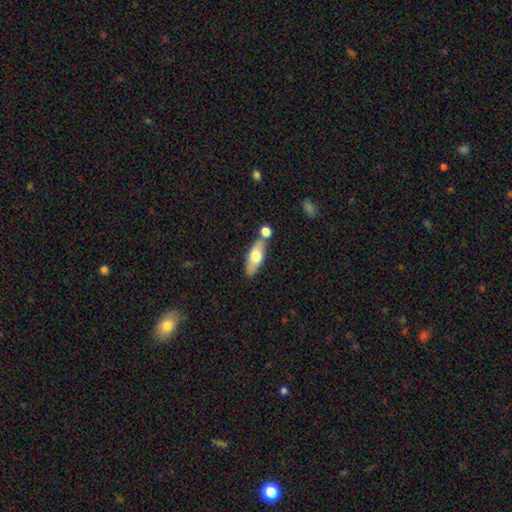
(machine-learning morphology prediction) Overall: smooth (65%; featured or disk 30%). How rounded: in between (67%; cigar-shaped 30%). Merging: none (65%).